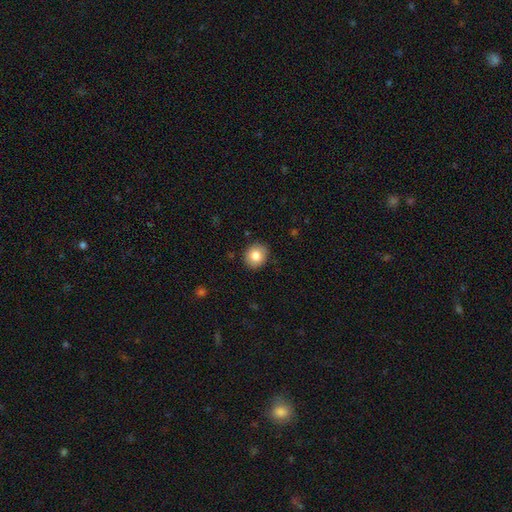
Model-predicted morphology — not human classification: This is clearly a smooth galaxy (83%). How rounded: likely round (78%). Merging: clearly none (88%).